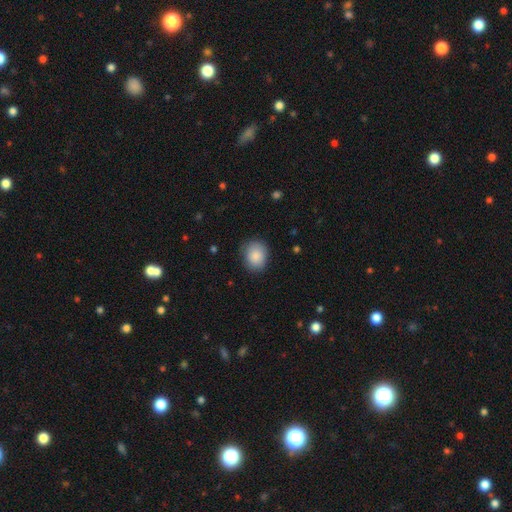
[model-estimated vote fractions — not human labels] A smooth galaxy with no disk features (87%) that is round (59%).

Vote fractions:
- Smooth or featured? smooth: 87% / star or artifact: 7% / featured or disk: 6%
- How rounded? round: 59% / in between: 40% / cigar-shaped: 1%
- Merging? none: 82% / minor disturbance: 14% / major disturbance: 3% / merger: 1%